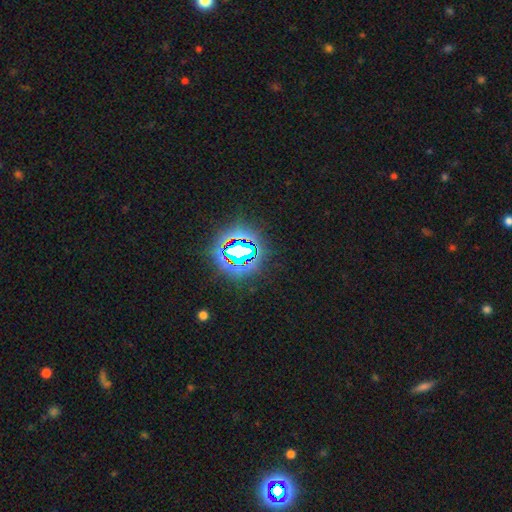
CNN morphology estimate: The model was most divided on "smooth or featured": star or artifact: 84%, smooth: 10%, featured or disk: 6%.